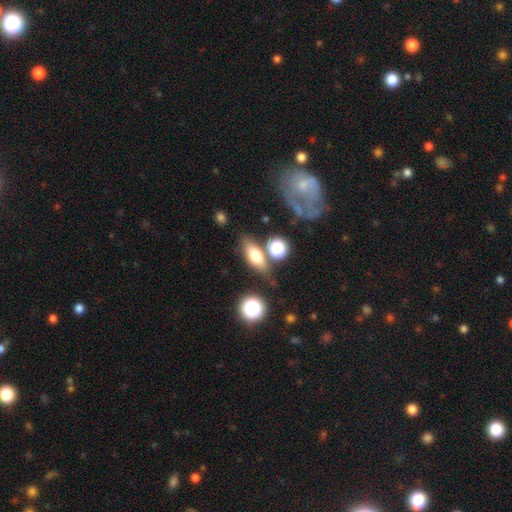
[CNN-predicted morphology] This is likely a smooth galaxy (64%). How rounded: likely in between (63%). Merging: likely none (70%).